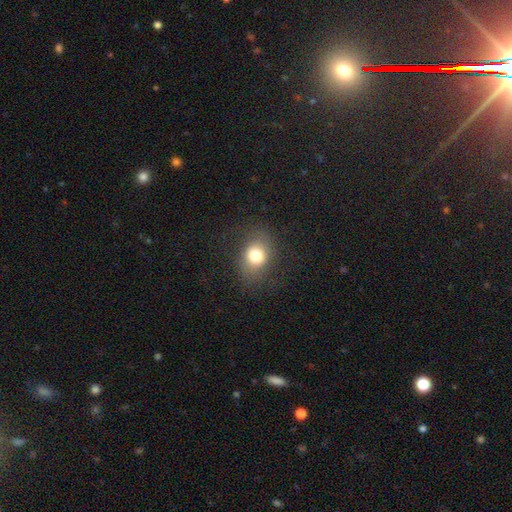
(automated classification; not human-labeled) Smooth or featured: smooth — 77% (featured or disk — 12%)
How rounded: round — 54% (in between — 45%)
Merging: none — 74% (minor disturbance — 16%)